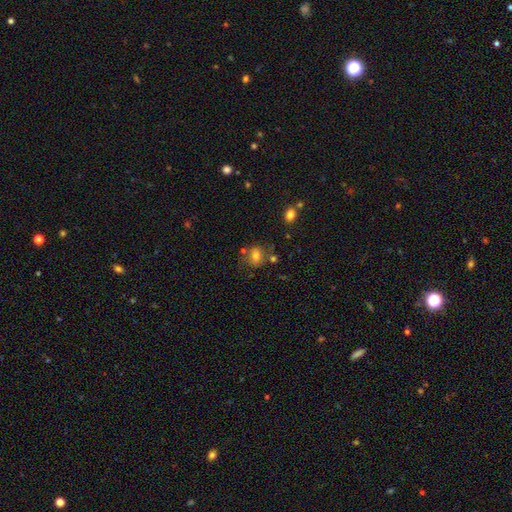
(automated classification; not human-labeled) A smooth galaxy with no disk features (73%) that is round (63%).

Vote fractions:
- Smooth or featured? smooth: 73% / featured or disk: 14% / star or artifact: 13%
- How rounded? round: 63% / in between: 35% / cigar-shaped: 1%
- Merging? none: 67% / minor disturbance: 16% / merger: 11% / major disturbance: 6%